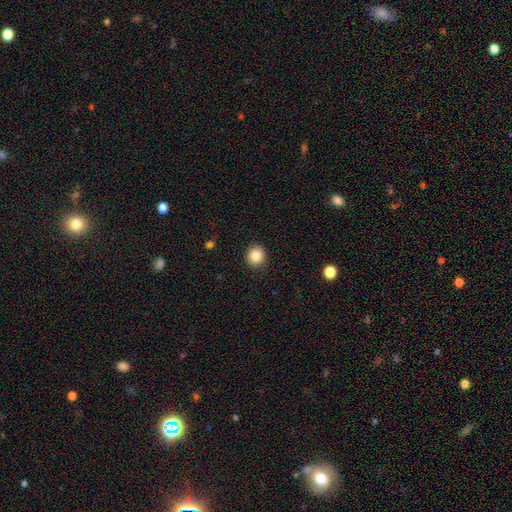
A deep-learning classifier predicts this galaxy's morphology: This appears to be a smooth galaxy with no disk features (85%) that is round (82%). Merging: none (92%).